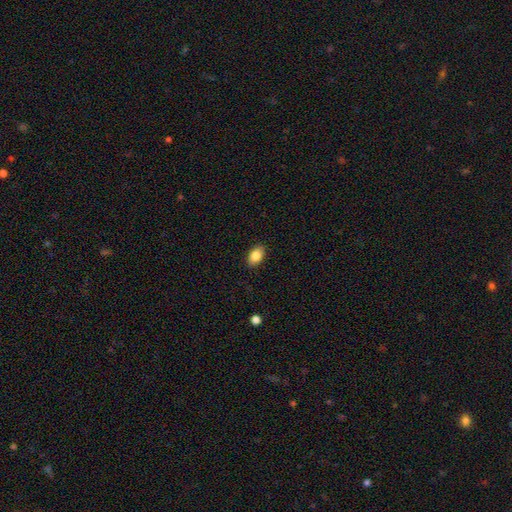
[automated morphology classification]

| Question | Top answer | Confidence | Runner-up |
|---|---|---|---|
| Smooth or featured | smooth | 85% | star or artifact (8%) |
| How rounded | in between | 89% | round (9%) |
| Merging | none | 88% | minor disturbance (9%) |